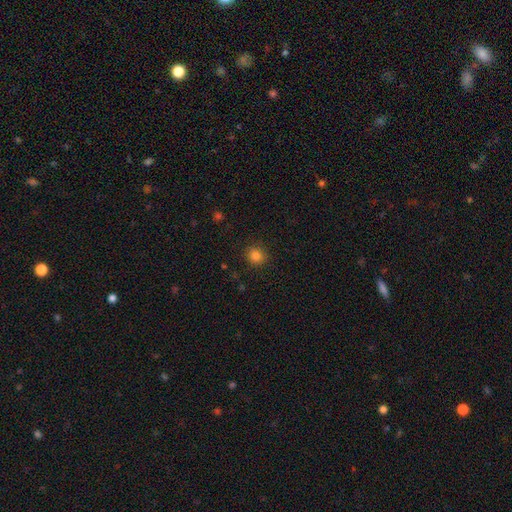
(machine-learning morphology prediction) The model was most divided on "smooth or featured": smooth: 83%, star or artifact: 12%, featured or disk: 5%. More confident: merging — none (90%); how rounded — round (89%).